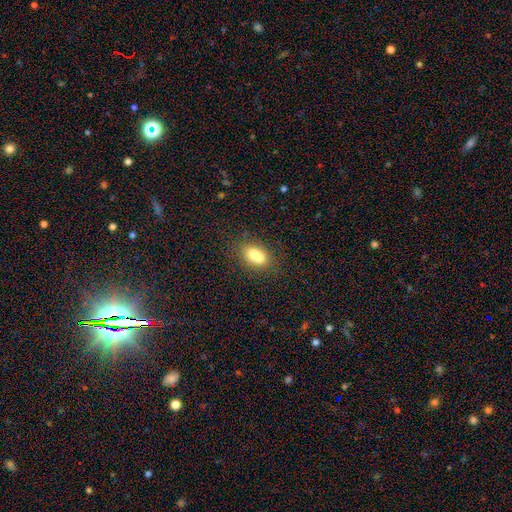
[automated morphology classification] Smooth or featured? Predicted: smooth (p=0.66). How rounded? Predicted: in between (p=0.62). Merging? Predicted: merger (p=0.55).